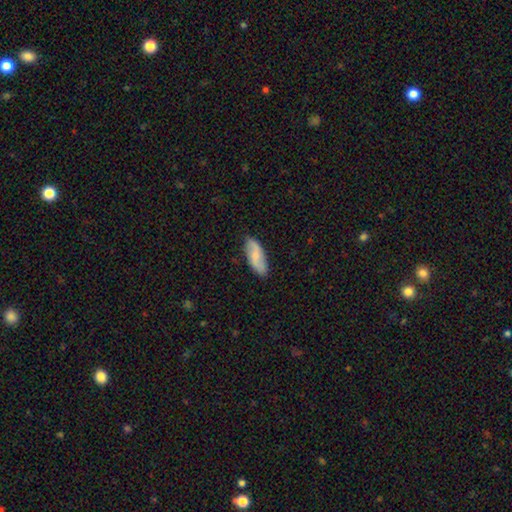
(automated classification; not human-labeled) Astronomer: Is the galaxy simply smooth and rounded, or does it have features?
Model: smooth — 53% (runner-up: featured or disk, 41%).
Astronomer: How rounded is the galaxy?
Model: in between — 75%.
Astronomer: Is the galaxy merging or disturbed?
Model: none — 84%.